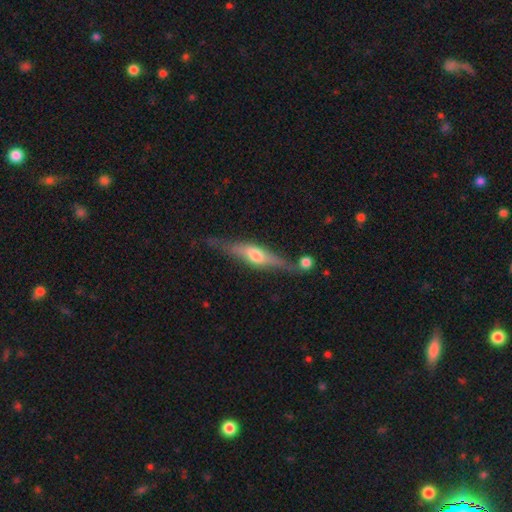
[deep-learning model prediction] A featured or disk galaxy (64%) viewed edge-on (89%) with a rounded central bulge (84%).

Vote fractions:
- Smooth or featured? featured or disk: 64% / smooth: 30% / star or artifact: 6%
- Edge-on disk? yes: 89% / no: 11%
- Edge-on bulge? rounded: 84% / boxy: 11% / none: 5%
- Merging? none: 62% / minor disturbance: 21% / merger: 10% / major disturbance: 7%